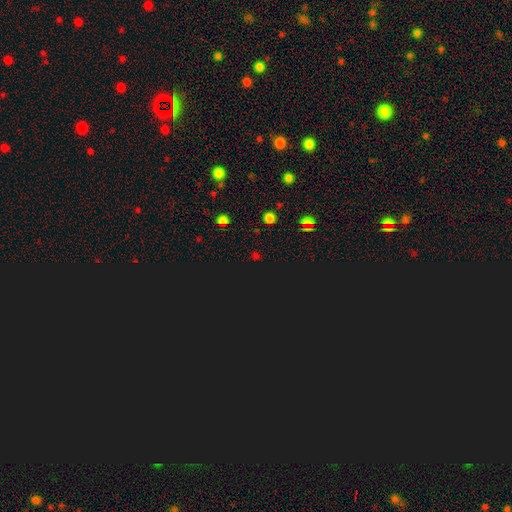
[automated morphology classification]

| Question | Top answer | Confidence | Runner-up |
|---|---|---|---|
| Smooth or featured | star or artifact | 72% | smooth (23%) |